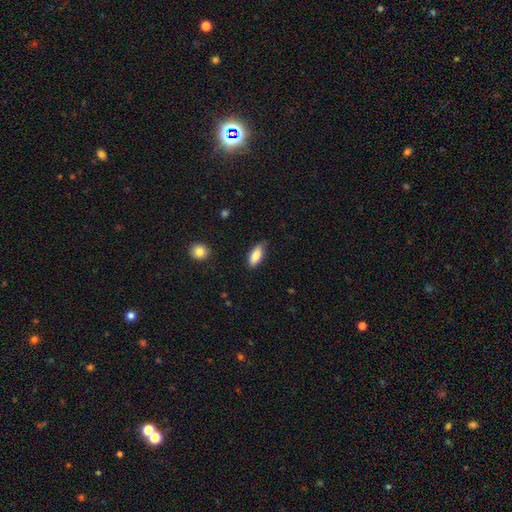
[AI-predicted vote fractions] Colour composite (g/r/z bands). It shows a smooth galaxy with no disk features (85%) that is in between round and cigar-shaped (80%). Merging: none (77%).